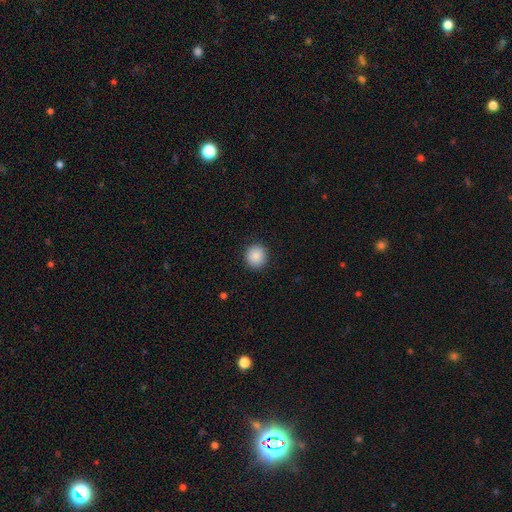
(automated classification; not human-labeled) Smooth or featured? smooth (89%)
How rounded? round (91%)
Merging? none (91%)